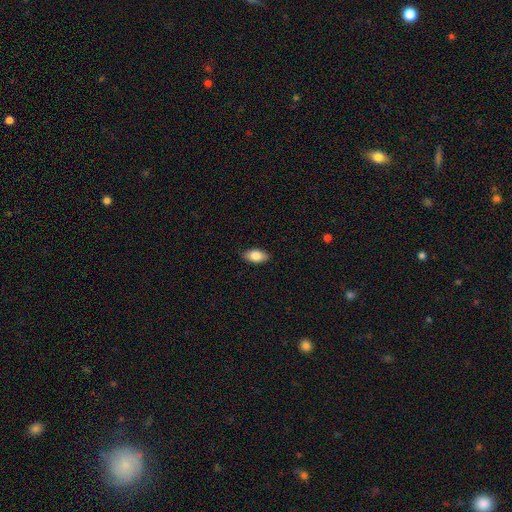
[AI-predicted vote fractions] The model was most divided on "smooth or featured": smooth: 82%, featured or disk: 11%, star or artifact: 7%. More confident: how rounded — in between (91%); merging — none (86%).